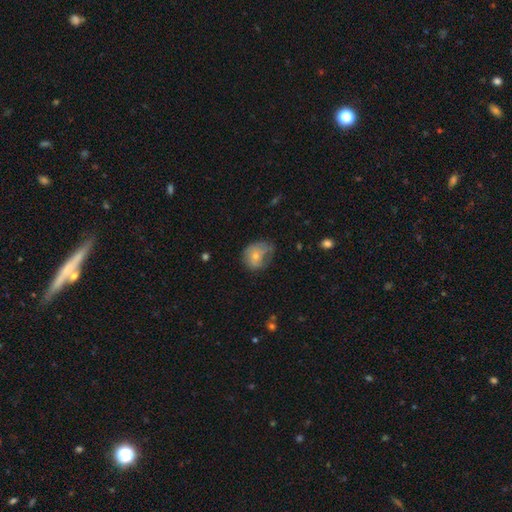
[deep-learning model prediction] Smooth or featured? Predicted: smooth (p=0.65). How rounded? Predicted: round (p=0.57). Merging? Predicted: none (p=0.39).